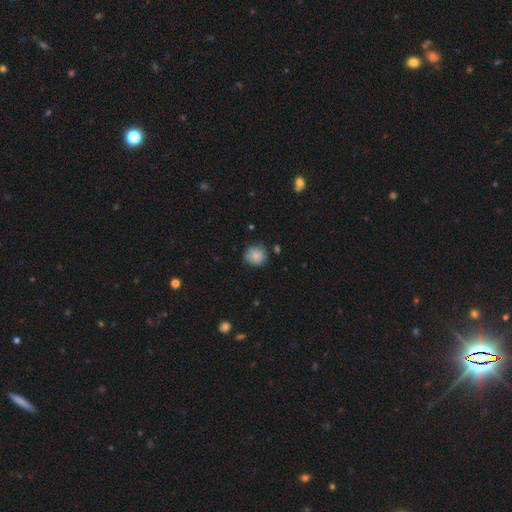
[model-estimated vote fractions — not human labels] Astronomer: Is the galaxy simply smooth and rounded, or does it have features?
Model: smooth — 81%.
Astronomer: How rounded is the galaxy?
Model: round — 90%.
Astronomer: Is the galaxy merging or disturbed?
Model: none — 78%.